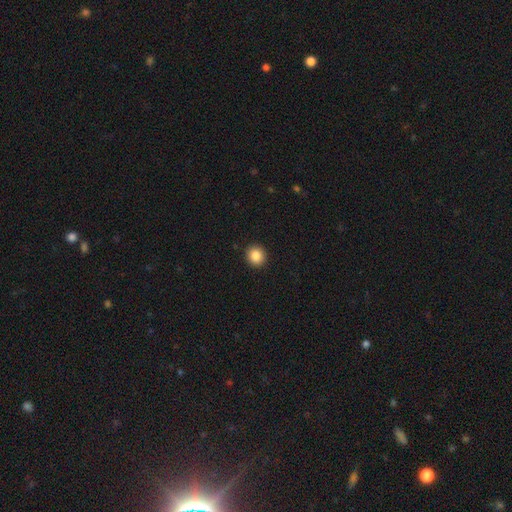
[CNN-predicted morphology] A smooth galaxy with no disk features (86%) that is round (89%).

Vote fractions:
- Smooth or featured? smooth: 86% / star or artifact: 10% / featured or disk: 5%
- How rounded? round: 89% / in between: 10% / cigar-shaped: 1%
- Merging? none: 93% / minor disturbance: 5% / major disturbance: 2% / merger: 1%